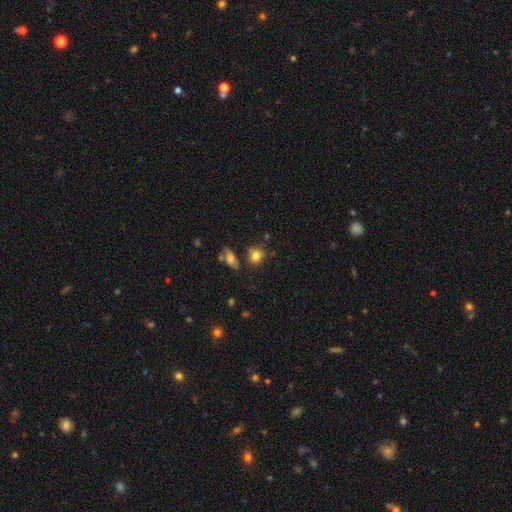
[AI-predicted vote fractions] Overall: smooth (80%). How rounded: round (72%). Merging: none (69%).